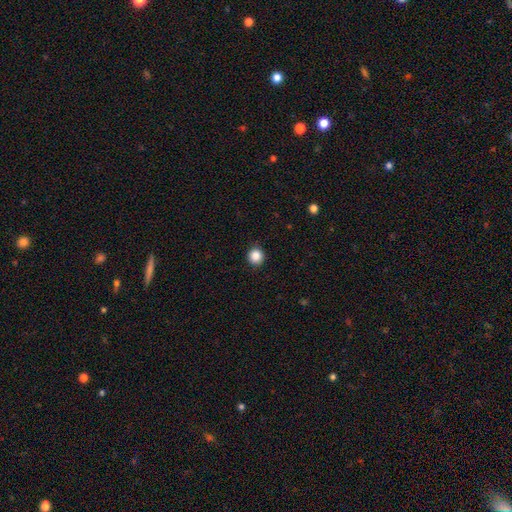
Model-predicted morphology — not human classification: This is clearly a smooth galaxy (86%). How rounded: clearly round (94%). Merging: clearly none (91%).